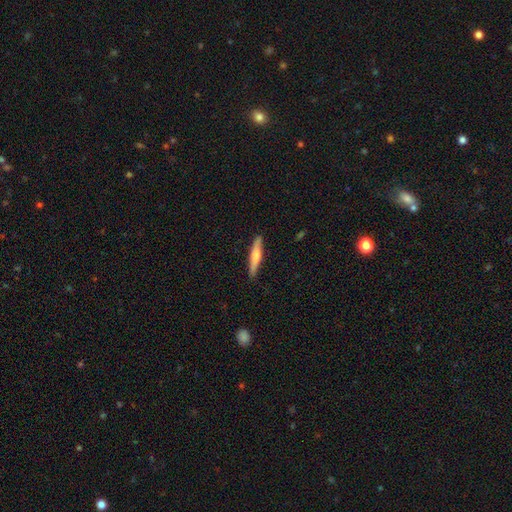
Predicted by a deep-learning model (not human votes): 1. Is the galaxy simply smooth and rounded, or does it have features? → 52% smooth, 42% featured or disk, 6% star or artifact.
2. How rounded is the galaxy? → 89% cigar-shaped, 9% in between, 2% round.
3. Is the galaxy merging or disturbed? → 88% none, 9% minor disturbance, 2% major disturbance, 1% merger.